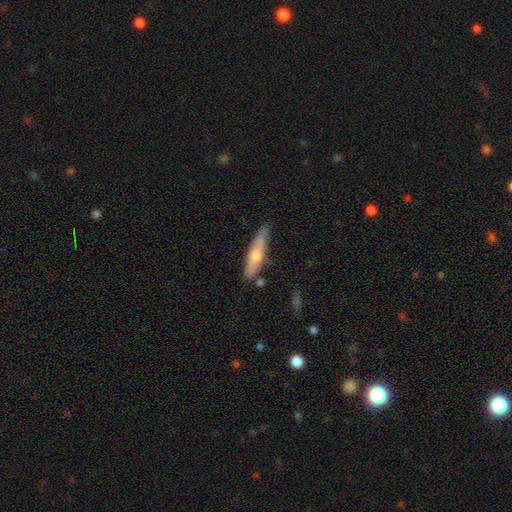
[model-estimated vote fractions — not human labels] Smooth or featured? Predicted: featured or disk (p=0.52). Edge-on disk? Predicted: yes (p=0.82). Merging? Predicted: none (p=0.79).